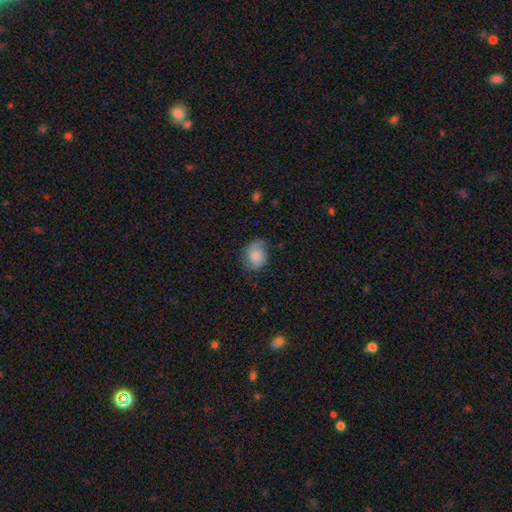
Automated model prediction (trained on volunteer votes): smooth-or-featured: featured or disk: 50% | smooth: 42% | star or artifact: 8%
  merging: none: 70% | minor disturbance: 22% | major disturbance: 7% | merger: 1%